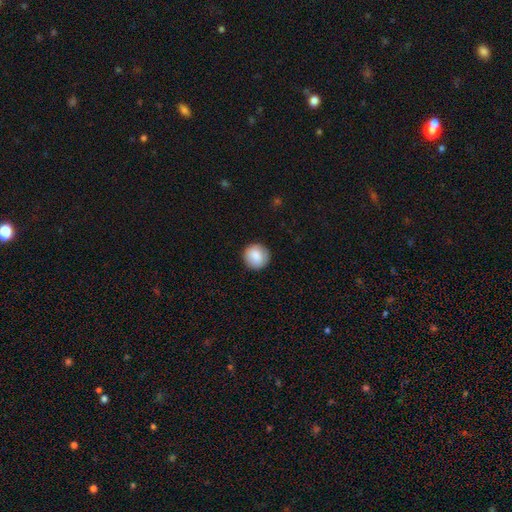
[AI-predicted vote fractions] smooth_or_featured: smooth (p=0.86) [alt: featured or disk p=0.07]
how_rounded: round (p=0.94) [alt: in between p=0.05]
merging: none (p=0.88) [alt: minor disturbance p=0.09]